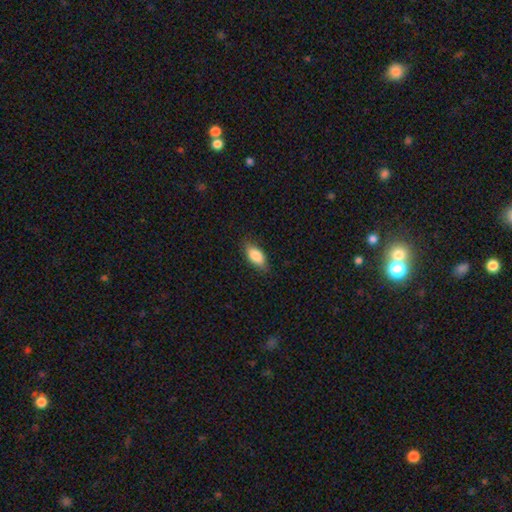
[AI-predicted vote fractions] Overall: smooth (84%). How rounded: in between (88%). Merging: none (84%).